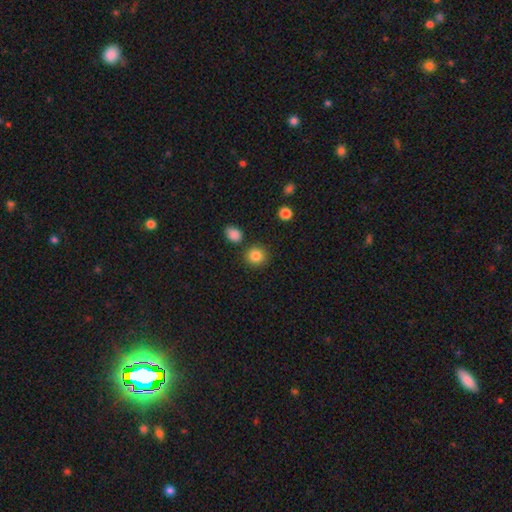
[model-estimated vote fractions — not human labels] Smooth or featured? smooth (86%)
How rounded? round (90%)
Merging? none (85%)